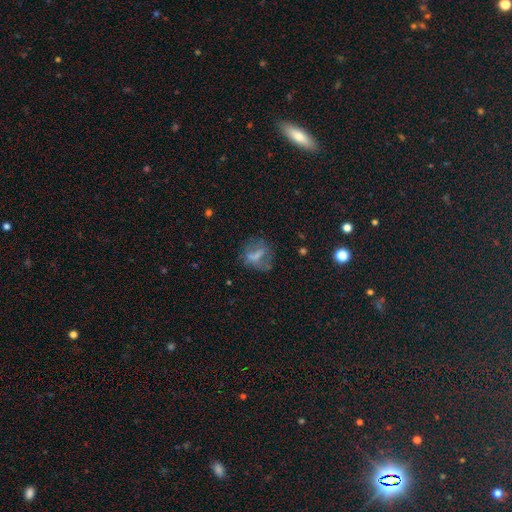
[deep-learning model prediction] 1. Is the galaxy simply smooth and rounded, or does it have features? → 48% smooth, 36% featured or disk, 15% star or artifact.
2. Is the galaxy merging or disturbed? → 52% none, 22% major disturbance, 21% minor disturbance, 5% merger.